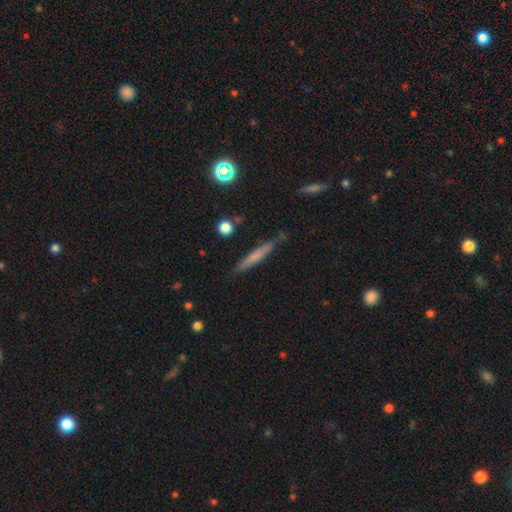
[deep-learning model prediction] A smooth galaxy with no disk features (58%) that is cigar-shaped (94%). Merging: none (84%).